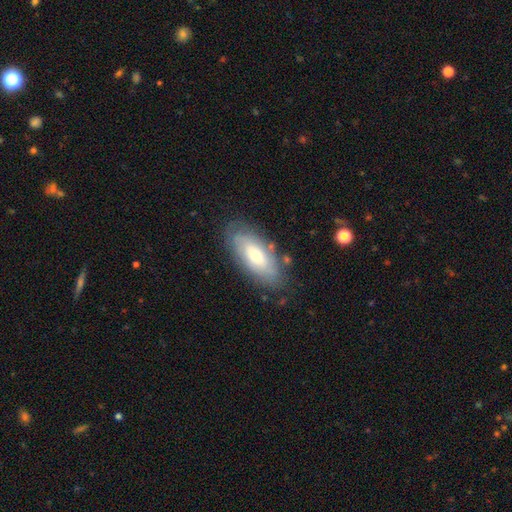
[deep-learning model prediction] The model was most divided on "smooth or featured": smooth: 61%, featured or disk: 32%, star or artifact: 6%. More confident: how rounded — in between (84%); merging — none (77%).